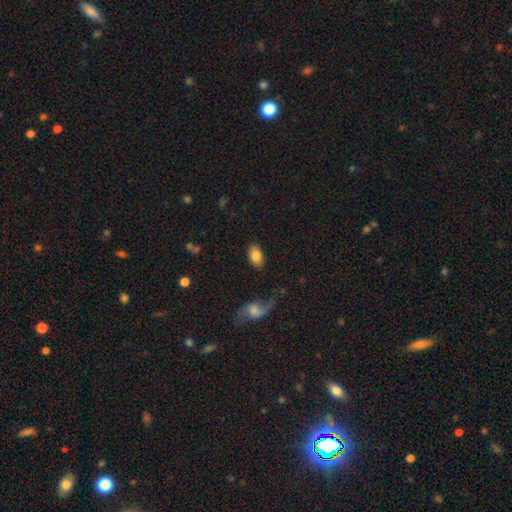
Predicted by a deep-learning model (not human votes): smooth_or_featured: smooth (p=0.80) [alt: featured or disk p=0.13]
how_rounded: in between (p=0.93) [alt: round p=0.06]
merging: none (p=0.84) [alt: minor disturbance p=0.10]